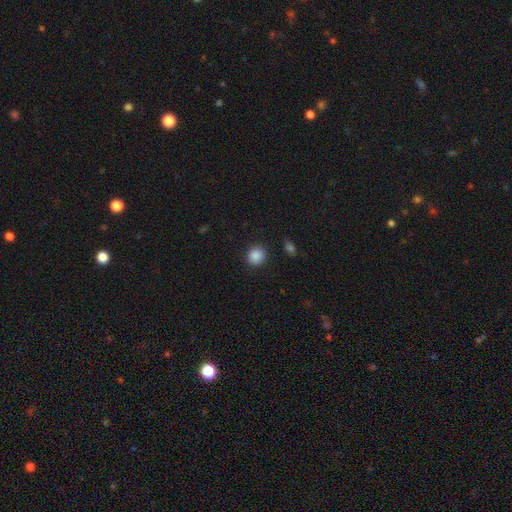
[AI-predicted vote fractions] Smooth or featured?
  - smooth: 88% *
  - star or artifact: 9%
  - featured or disk: 3%
How rounded?
  - round: 83% *
  - in between: 16%
  - cigar-shaped: 1%
Merging?
  - none: 89% *
  - minor disturbance: 7%
  - major disturbance: 3%
  - merger: 1%